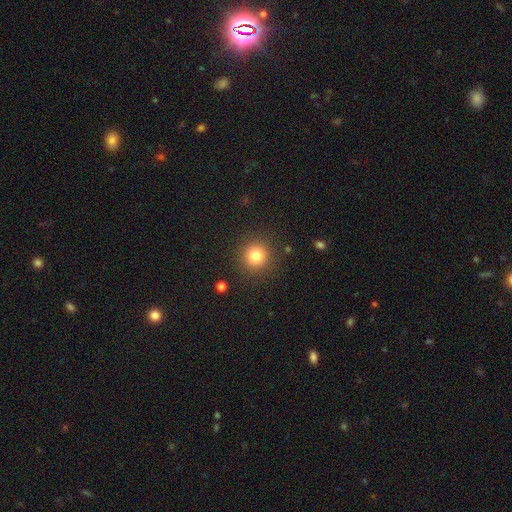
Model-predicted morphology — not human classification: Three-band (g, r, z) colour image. It shows a smooth galaxy with no disk features (82%) that is round (94%). Merging: none (89%).